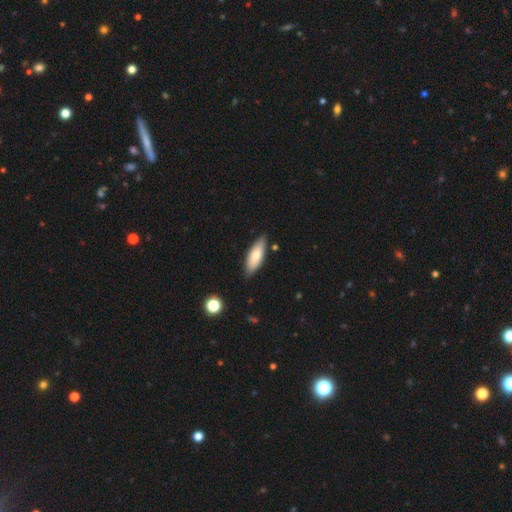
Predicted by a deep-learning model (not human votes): Smooth or featured: smooth — 74% (featured or disk — 20%)
How rounded: in between — 65% (cigar-shaped — 33%)
Merging: none — 83% (minor disturbance — 13%)